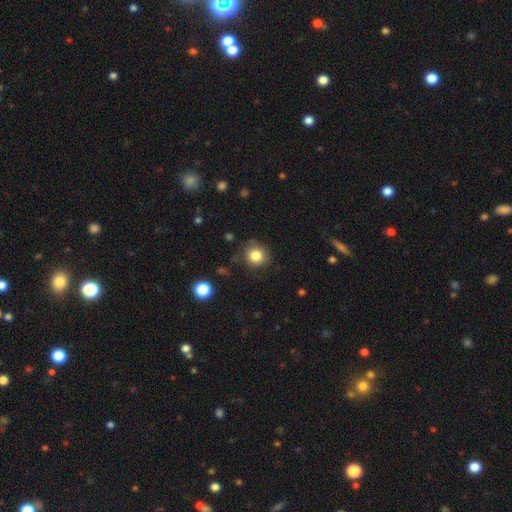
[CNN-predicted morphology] The model was most divided on "merging": none: 80%, minor disturbance: 13%, major disturbance: 4%, merger: 2%. More confident: how rounded — round (89%); smooth or featured — smooth (84%).